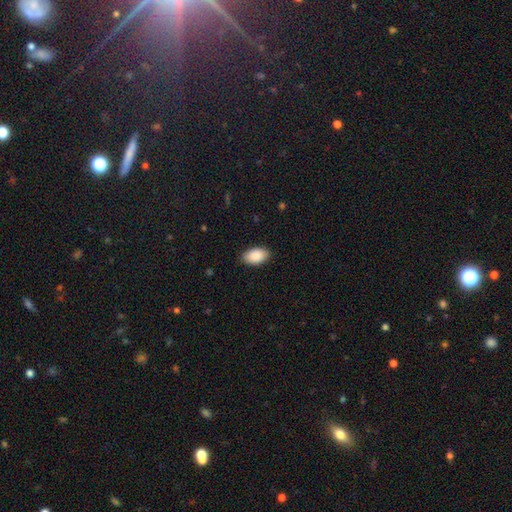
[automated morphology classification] A smooth galaxy with no disk features (91%) that is in between round and cigar-shaped (94%). Merging: none (87%).